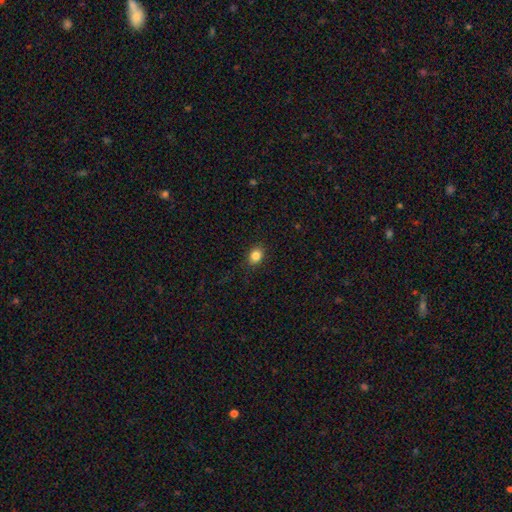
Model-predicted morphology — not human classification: Smooth or featured: smooth — 85% (star or artifact — 10%)
How rounded: in between — 55% (round — 44%)
Merging: none — 88% (minor disturbance — 9%)